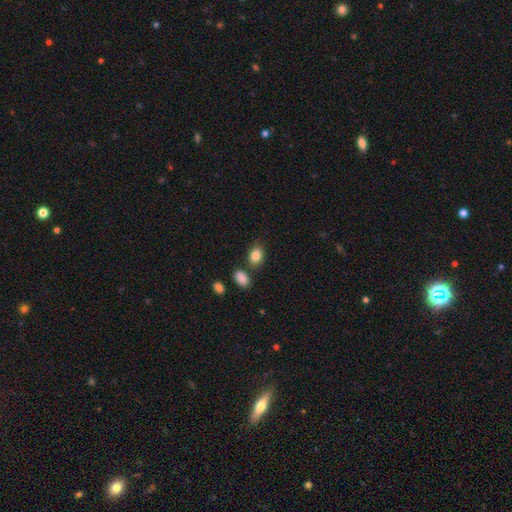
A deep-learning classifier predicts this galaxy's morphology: This appears to be a smooth galaxy with no disk features (86%) that is in between round and cigar-shaped (71%). Merging: none (73%).